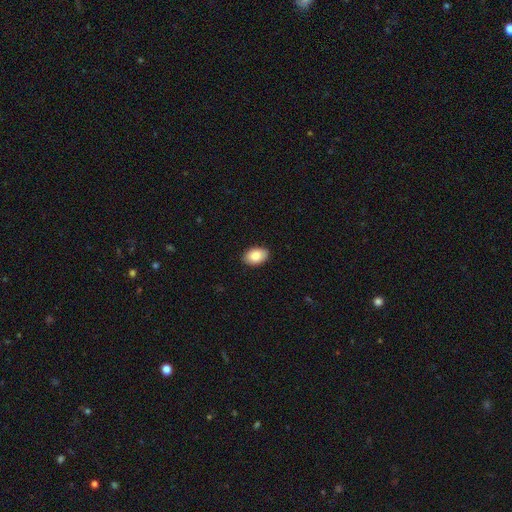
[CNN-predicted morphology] Smooth or featured? smooth (87%)
How rounded? in between (90%)
Merging? none (89%)